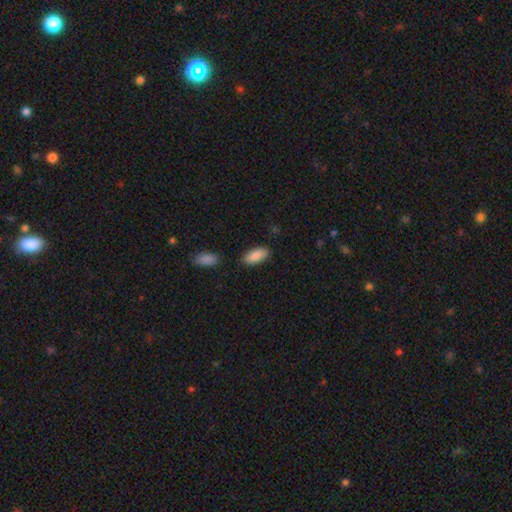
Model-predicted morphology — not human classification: A smooth galaxy with no disk features (88%) that is in between round and cigar-shaped (90%). Merging: none (82%).